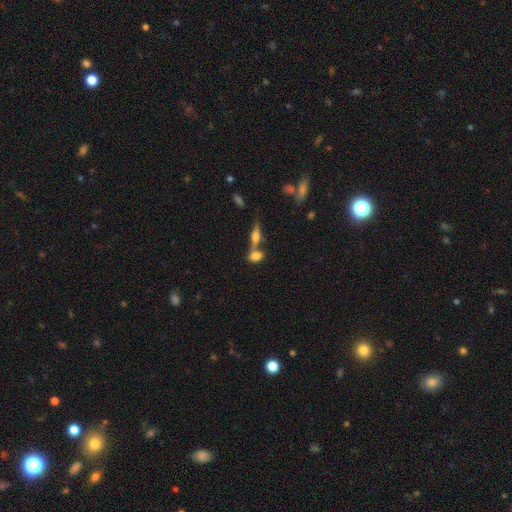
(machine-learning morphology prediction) Overall: smooth (70%). How rounded: in between (76%). Merging: none (47%; merger 39%).